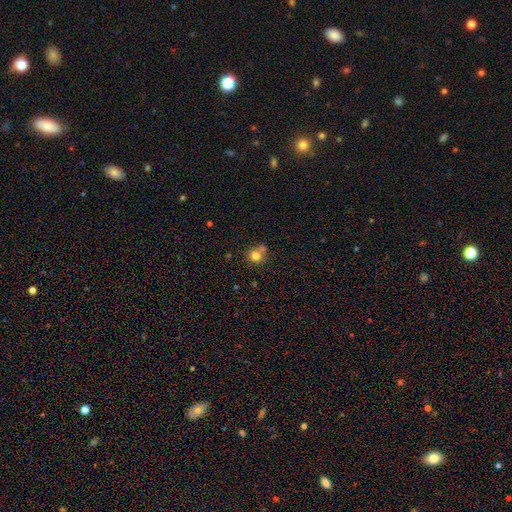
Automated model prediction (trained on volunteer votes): Smooth or featured: smooth — 78% (star or artifact — 12%)
How rounded: round — 85% (in between — 14%)
Merging: none — 53% (merger — 34%)